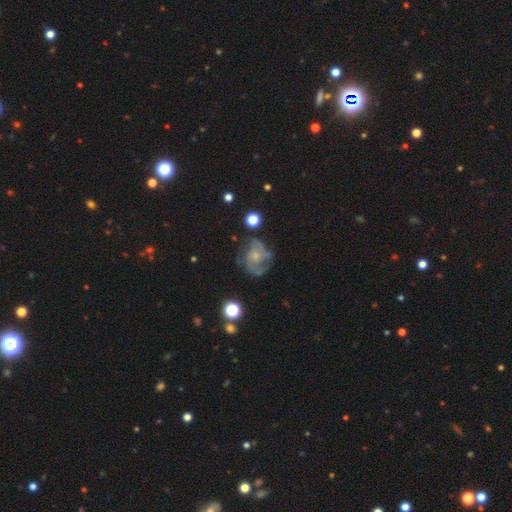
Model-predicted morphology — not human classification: The model was most divided on "spiral arm count": 2: 35%, can't tell: 28%, 3: 21%, 1: 6%, 4: 5%, more than 4: 4%. Remaining: edge-on disk — no (98%); spiral arms — yes (82%); bar — no (77%); smooth or featured — featured or disk (72%); bulge size — small (60%); merging — none (55%); spiral winding — medium (46%).